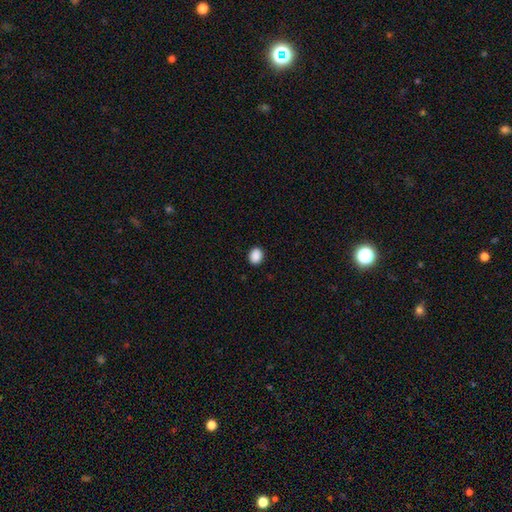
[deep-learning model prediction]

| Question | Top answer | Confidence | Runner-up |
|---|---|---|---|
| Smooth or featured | smooth | 89% | star or artifact (8%) |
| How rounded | round | 52% | in between (47%) |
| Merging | none | 91% | minor disturbance (7%) |